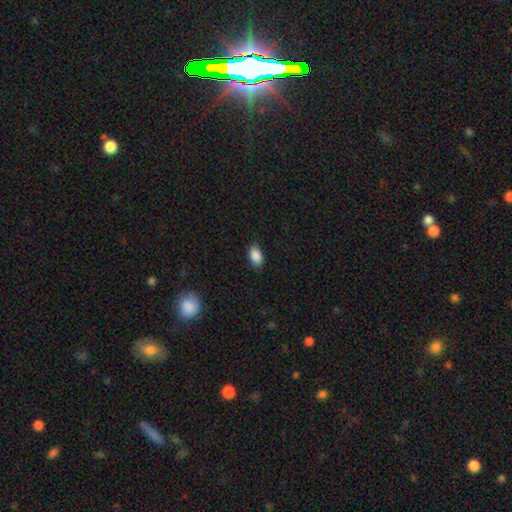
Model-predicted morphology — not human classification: Smooth or featured?
  - smooth: 88% *
  - star or artifact: 8%
  - featured or disk: 4%
How rounded?
  - in between: 90% *
  - round: 8%
  - cigar-shaped: 2%
Merging?
  - none: 87% *
  - minor disturbance: 10%
  - major disturbance: 2%
  - merger: 1%